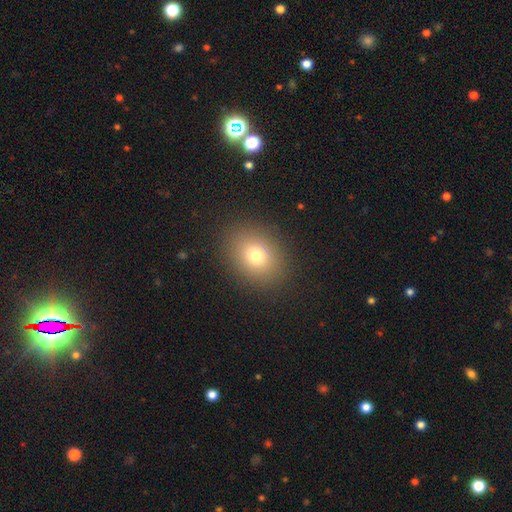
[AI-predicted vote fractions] smooth_or_featured: smooth (p=0.74) [alt: star or artifact p=0.14]
how_rounded: round (p=0.50) [alt: in between p=0.49]
merging: none (p=0.87) [alt: minor disturbance p=0.08]